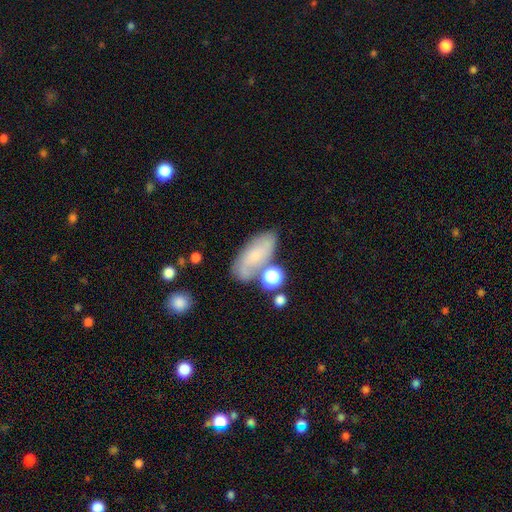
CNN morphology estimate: Smooth or featured: smooth — 51% (featured or disk — 38%)
How rounded: in between — 82% (cigar-shaped — 12%)
Merging: none — 54% (minor disturbance — 20%)